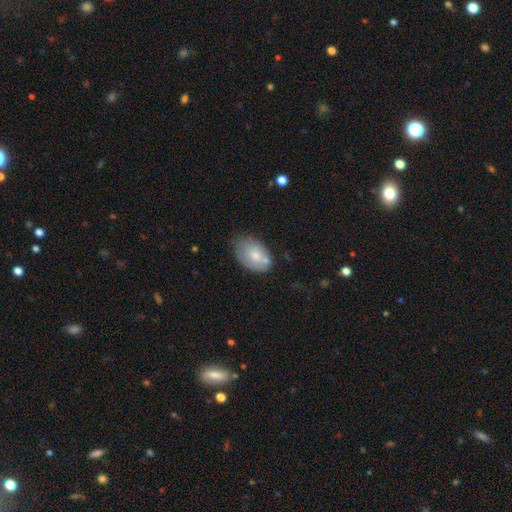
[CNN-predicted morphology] smooth 73%, featured or disk 21%, star or artifact 7%. Down the decision tree: how rounded — in between (88%); merging — none (57%).